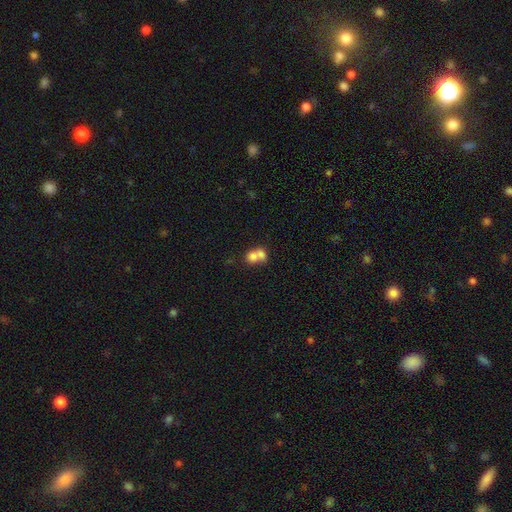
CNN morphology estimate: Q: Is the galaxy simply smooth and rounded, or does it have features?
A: smooth — 72%.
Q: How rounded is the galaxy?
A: round — 60%.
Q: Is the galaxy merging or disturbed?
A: merger — 71%.